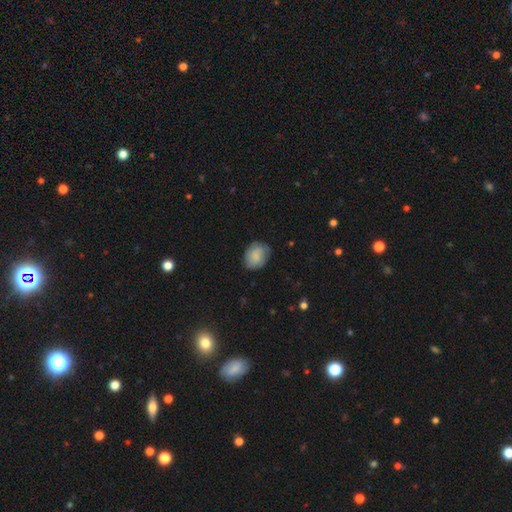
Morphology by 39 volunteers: Smooth or featured: smooth — 82% (featured or disk — 13%)
How rounded: in between — 56% (round — 41%)
Merging: none — 57% (minor disturbance — 30%)